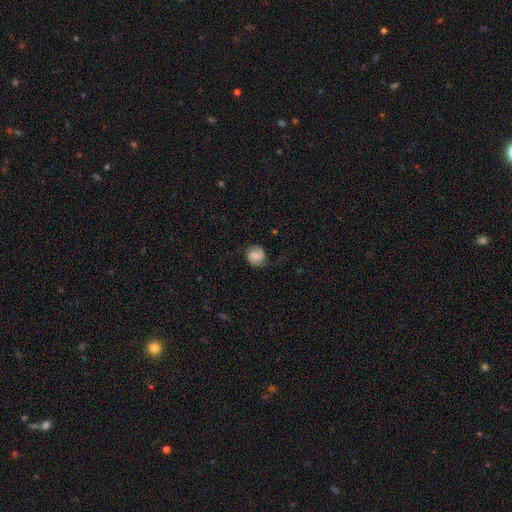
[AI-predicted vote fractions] smooth-or-featured: featured or disk: 58% | smooth: 33% | star or artifact: 8%
  disk-edge-on: no: 98% | yes: 2%
    bar: weak: 45% | no: 44% | strong: 12%
    has-spiral-arms: yes: 94% | no: 6%
      spiral-winding: medium: 45% | tight: 38% | loose: 17%
      spiral-arm-count: 2: 87% | can't tell: 6% | 1: 4% | 3: 1% | 4: 1% | more than 4: 1%
    bulge-size: small: 38% | moderate: 30% | none: 25% | large: 5% | dominant: 2%
  merging: none: 76% | minor disturbance: 17% | major disturbance: 6% | merger: 1%